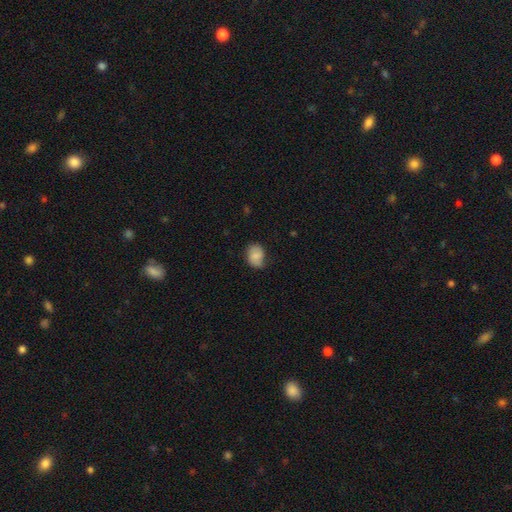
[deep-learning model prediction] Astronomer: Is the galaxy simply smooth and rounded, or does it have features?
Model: smooth — 74%.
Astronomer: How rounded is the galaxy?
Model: in between — 62%.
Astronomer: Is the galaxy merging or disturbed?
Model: none — 67%.